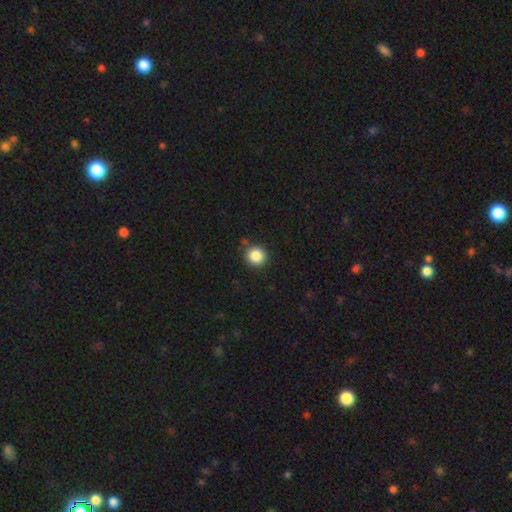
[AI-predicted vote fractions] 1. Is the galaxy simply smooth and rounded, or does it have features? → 86% smooth, 10% star or artifact, 4% featured or disk.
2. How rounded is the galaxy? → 93% round, 6% in between, 1% cigar-shaped.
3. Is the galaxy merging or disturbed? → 87% none, 9% minor disturbance, 3% major disturbance, 2% merger.